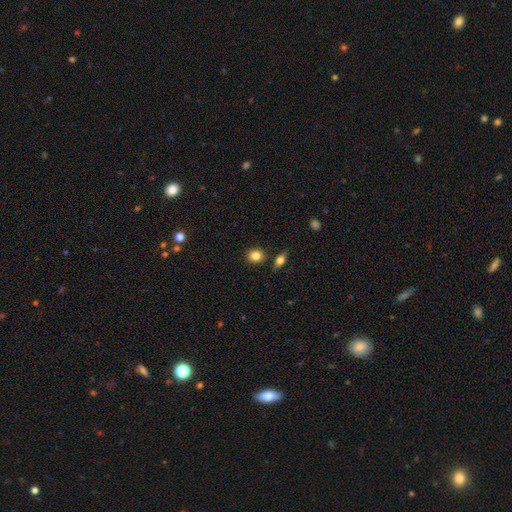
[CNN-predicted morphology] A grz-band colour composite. It shows a smooth galaxy with no disk features (83%) that is round (74%). Merging: none (83%).